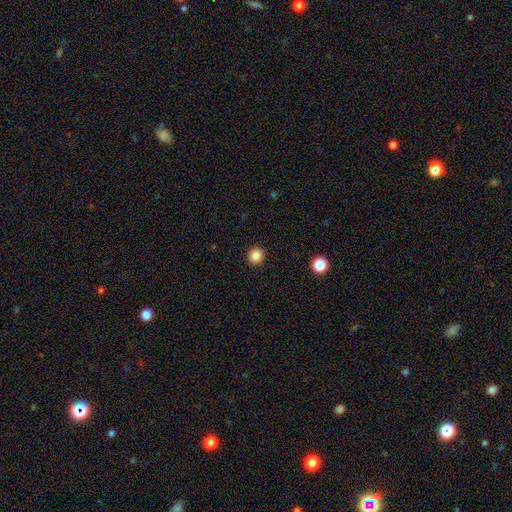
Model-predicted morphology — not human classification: smooth-or-featured: smooth: 85% | star or artifact: 11% | featured or disk: 4%
  how-rounded: round: 85% | in between: 14% | cigar-shaped: 1%
  merging: none: 92% | minor disturbance: 5% | major disturbance: 2% | merger: 1%